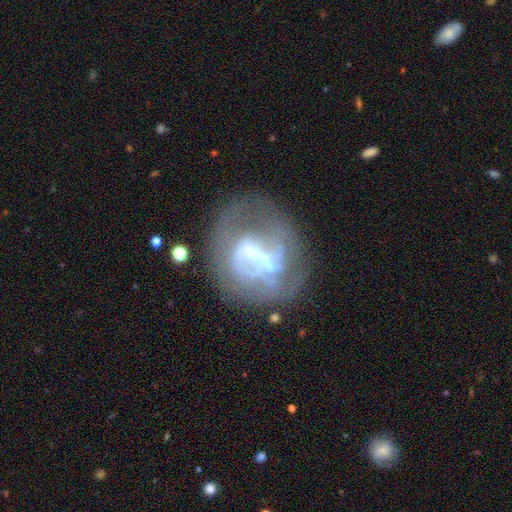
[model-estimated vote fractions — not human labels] smooth-or-featured: featured or disk: 65% | smooth: 23% | star or artifact: 12%
  disk-edge-on: no: 96% | yes: 4%
    bar: no: 37% | strong: 32% | weak: 30%
    has-spiral-arms: no: 65% | yes: 35%
    bulge-size: none: 29% | moderate: 28% | small: 27% | large: 12% | dominant: 4%
  merging: none: 47% | major disturbance: 28% | minor disturbance: 18% | merger: 7%